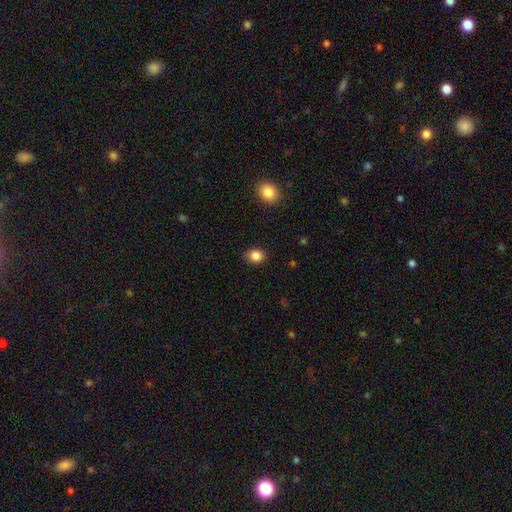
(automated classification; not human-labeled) smooth-or-featured: smooth: 86% | star or artifact: 11% | featured or disk: 4%
  how-rounded: round: 65% | in between: 34% | cigar-shaped: 1%
  merging: none: 86% | minor disturbance: 10% | major disturbance: 2% | merger: 1%